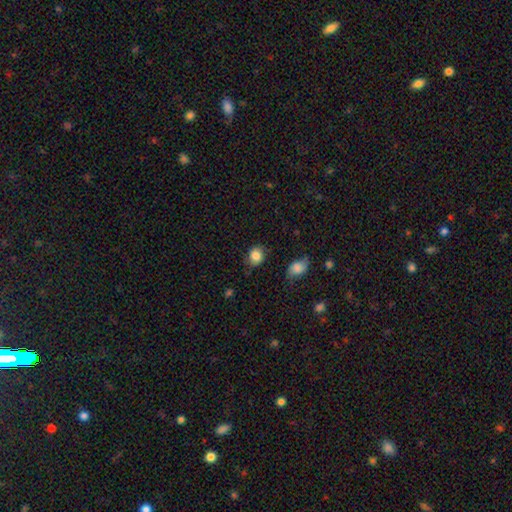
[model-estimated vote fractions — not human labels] smooth 85%, star or artifact 9%, featured or disk 6%. Down the decision tree: how rounded — round (58%); merging — none (73%).